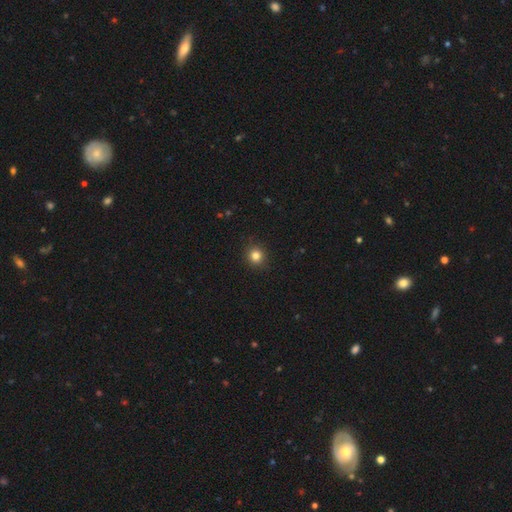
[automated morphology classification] Smooth or featured?
  - smooth: 82% *
  - star or artifact: 12%
  - featured or disk: 5%
How rounded?
  - round: 91% *
  - in between: 8%
  - cigar-shaped: 1%
Merging?
  - none: 92% *
  - minor disturbance: 5%
  - major disturbance: 2%
  - merger: 1%